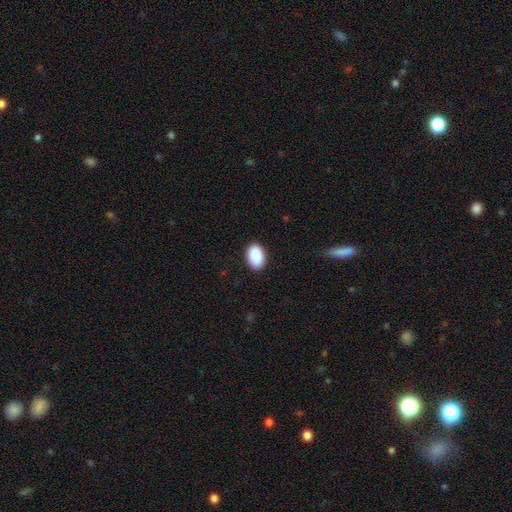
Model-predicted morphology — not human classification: A smooth galaxy with no disk features (91%) that is in between round and cigar-shaped (90%). Merging: none (89%).